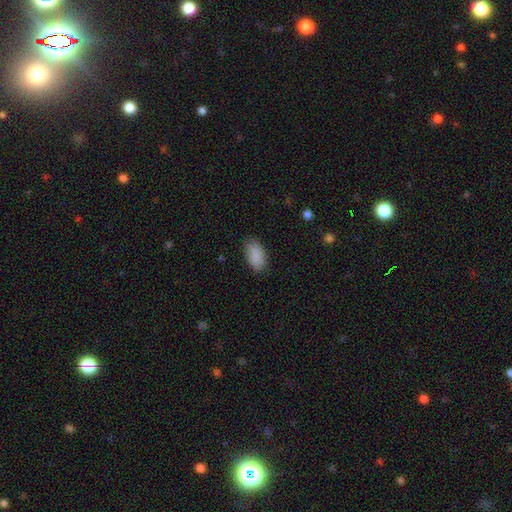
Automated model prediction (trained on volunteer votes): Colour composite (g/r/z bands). It shows a smooth galaxy with no disk features (89%) that is in between round and cigar-shaped (94%). Merging: none (78%).